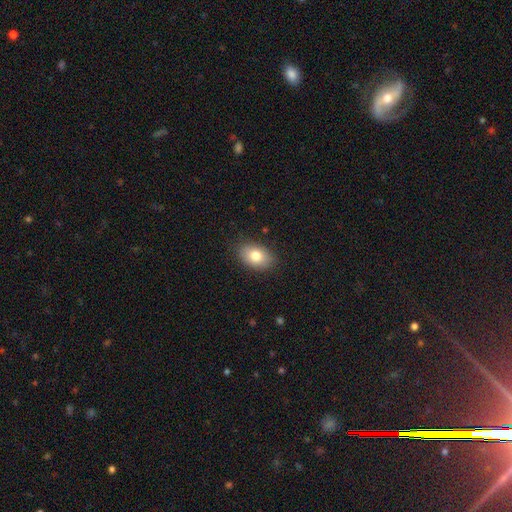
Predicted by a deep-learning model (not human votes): This is likely a smooth galaxy (80%). How rounded: clearly in between (85%). Merging: clearly none (85%).